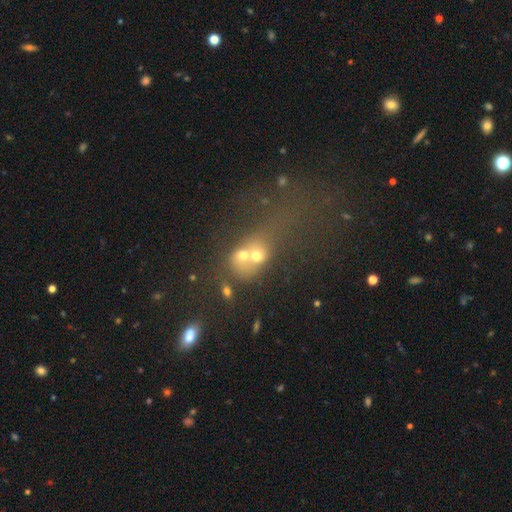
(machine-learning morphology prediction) Q: Smooth or featured?
A: smooth (58%); runner-up: featured or disk (24%)
Q: How rounded?
A: round (61%); runner-up: in between (37%)
Q: Merging?
A: merger (66%); runner-up: none (19%)